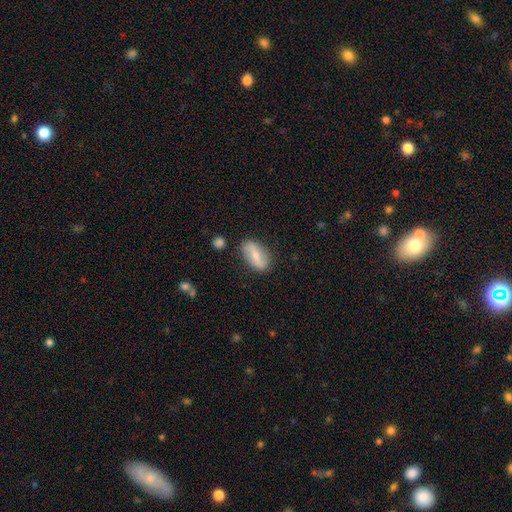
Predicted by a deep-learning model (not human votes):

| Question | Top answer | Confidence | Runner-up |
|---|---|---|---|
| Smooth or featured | smooth | 51% | featured or disk (43%) |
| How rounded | in between | 88% | cigar-shaped (7%) |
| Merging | none | 80% | minor disturbance (14%) |